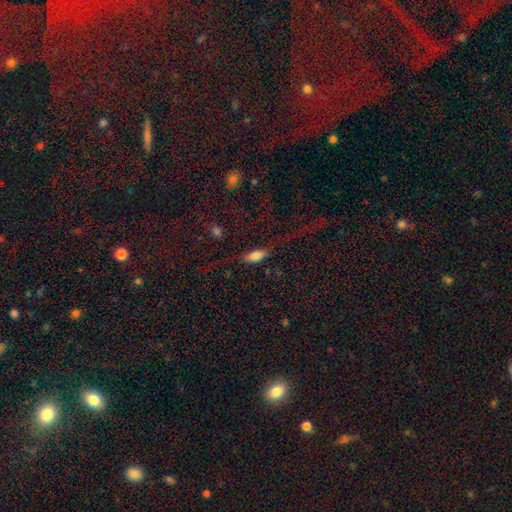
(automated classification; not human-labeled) This appears to be a smooth galaxy with no disk features (73%) that is in between round and cigar-shaped (75%). Merging: none (76%).